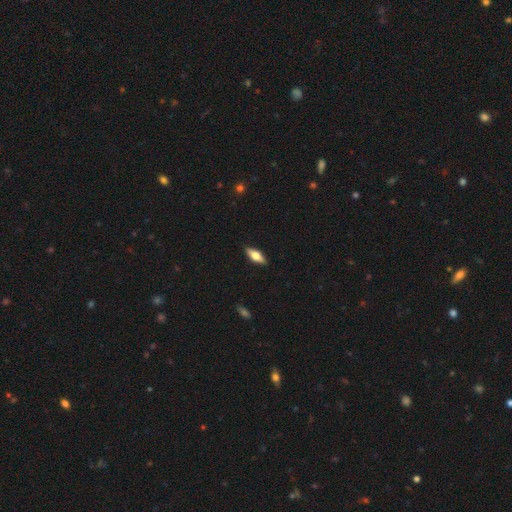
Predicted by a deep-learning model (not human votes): Smooth or featured? smooth (54%)
How rounded? in between (66%)
Merging? none (89%)